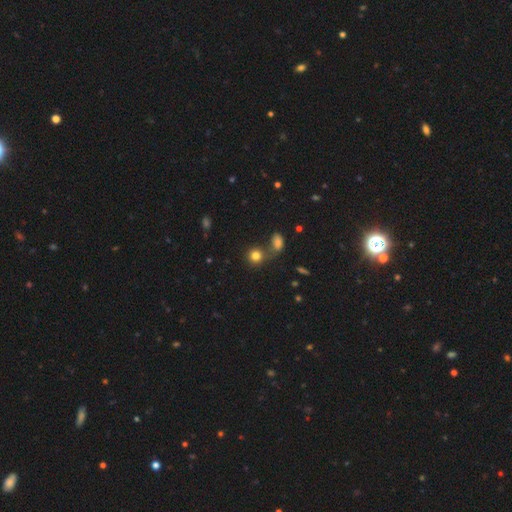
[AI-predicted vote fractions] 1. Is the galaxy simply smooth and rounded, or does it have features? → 79% smooth, 13% star or artifact, 8% featured or disk.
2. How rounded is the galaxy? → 84% round, 14% in between, 1% cigar-shaped.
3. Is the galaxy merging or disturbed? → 55% none, 31% merger, 9% minor disturbance, 5% major disturbance.